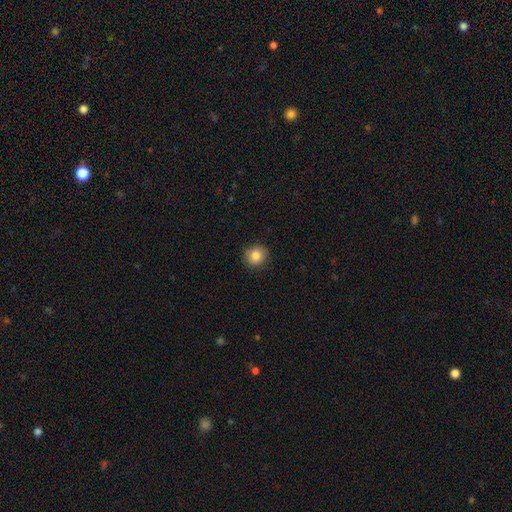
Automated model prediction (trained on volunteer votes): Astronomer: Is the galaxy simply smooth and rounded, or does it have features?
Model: smooth — 83%.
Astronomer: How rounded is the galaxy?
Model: round — 78%.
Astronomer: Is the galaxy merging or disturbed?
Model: none — 88%.